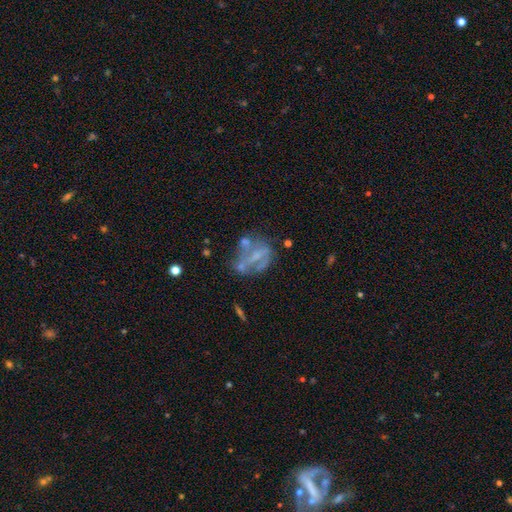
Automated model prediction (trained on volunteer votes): Smooth or featured?
  - featured or disk: 61% *
  - smooth: 24%
  - star or artifact: 14%
Edge-on disk?
  - no: 96% *
  - yes: 4%
Bar?
  - no: 55% *
  - weak: 28%
  - strong: 16%
Spiral arms?
  - no: 73% *
  - yes: 27%
Bulge size?
  - none: 51% *
  - small: 28%
  - moderate: 18%
  - large: 2%
  - dominant: 1%
Merging?
  - none: 36% *
  - major disturbance: 26%
  - merger: 19%
  - minor disturbance: 19%